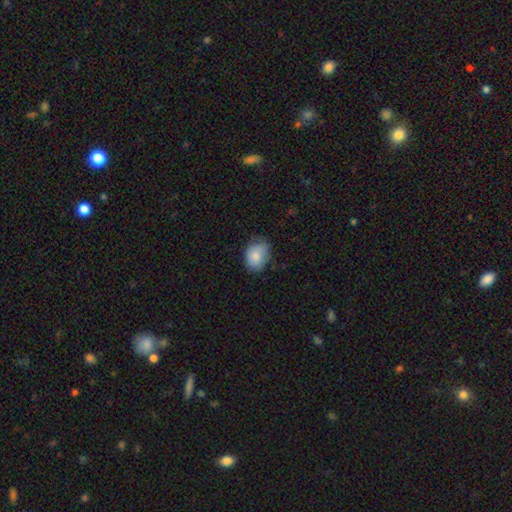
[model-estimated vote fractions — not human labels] This appears to be a smooth galaxy with no disk features (84%) that is in between round and cigar-shaped (68%). Merging: none (66%).